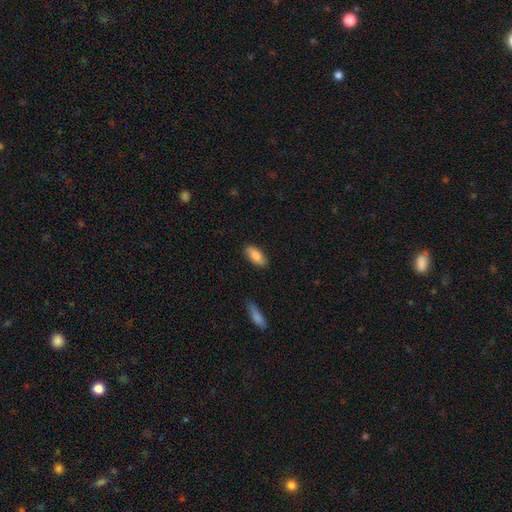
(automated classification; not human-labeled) A smooth galaxy with no disk features (84%) that is in between round and cigar-shaped (88%).

Vote fractions:
- Smooth or featured? smooth: 84% / featured or disk: 10% / star or artifact: 6%
- How rounded? in between: 88% / cigar-shaped: 9% / round: 2%
- Merging? none: 86% / minor disturbance: 10% / major disturbance: 2% / merger: 1%